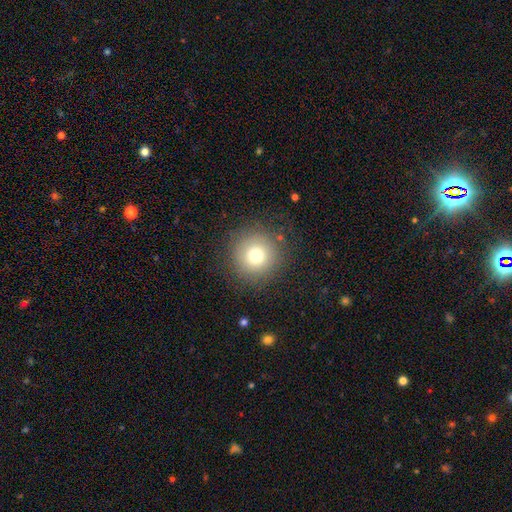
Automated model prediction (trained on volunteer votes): This appears to be a smooth galaxy with no disk features (74%) that is round (95%). Merging: none (86%).